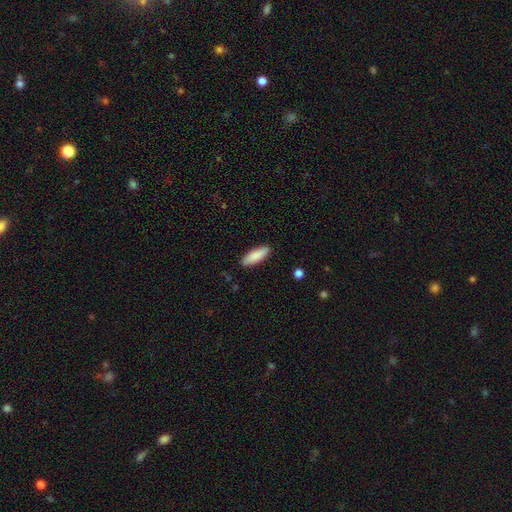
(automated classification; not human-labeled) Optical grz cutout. It shows a smooth galaxy with no disk features (88%) that is in between round and cigar-shaped (61%). Merging: none (88%).